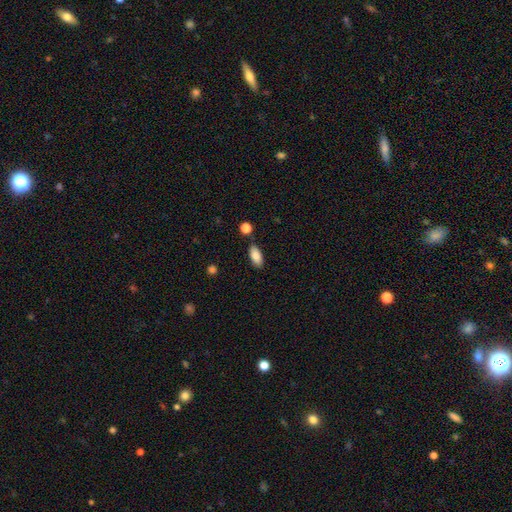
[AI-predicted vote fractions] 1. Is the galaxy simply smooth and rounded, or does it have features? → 86% smooth, 7% star or artifact, 7% featured or disk.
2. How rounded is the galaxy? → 88% in between, 9% cigar-shaped, 3% round.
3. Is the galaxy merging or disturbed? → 82% none, 12% minor disturbance, 4% merger, 3% major disturbance.